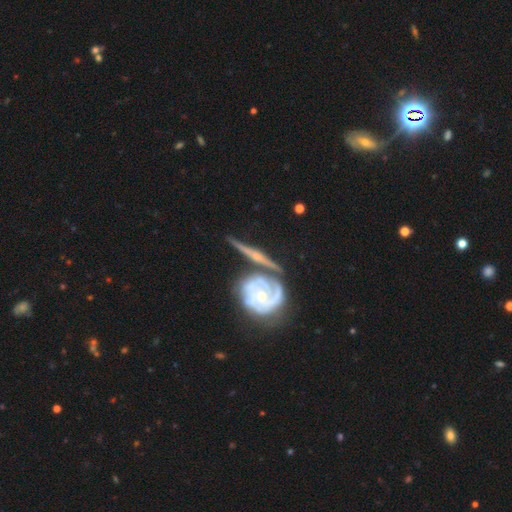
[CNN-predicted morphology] smooth_or_featured: featured or disk (p=0.82) [alt: smooth p=0.13]
disk_edge_on: yes (p=0.67) [alt: no p=0.33]
edge_on_bulge: rounded (p=0.75) [alt: none p=0.19]
merging: none (p=0.57) [alt: merger p=0.20]